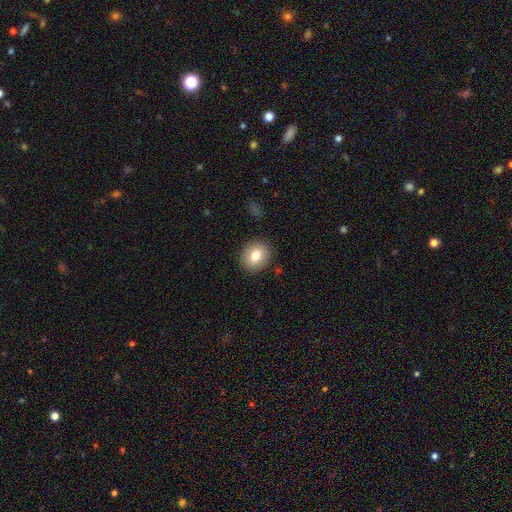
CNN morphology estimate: A smooth galaxy with no disk features (81%) that is round (62%). Merging: none (88%).